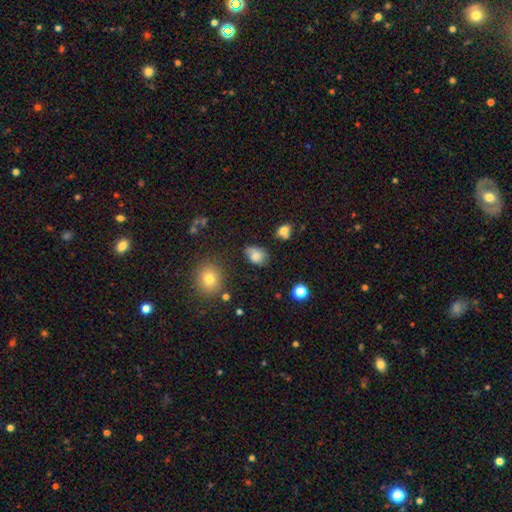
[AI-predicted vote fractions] Q: Smooth or featured?
A: smooth (76%); runner-up: featured or disk (13%)
Q: How rounded?
A: in between (78%); runner-up: round (21%)
Q: Merging?
A: none (58%); runner-up: minor disturbance (29%)